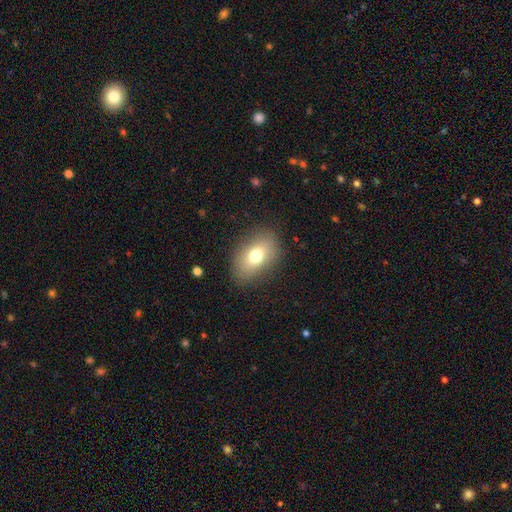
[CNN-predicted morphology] smooth-or-featured: smooth: 72% | featured or disk: 18% | star or artifact: 10%
  how-rounded: in between: 84% | round: 14% | cigar-shaped: 2%
  merging: none: 84% | minor disturbance: 11% | major disturbance: 4% | merger: 1%